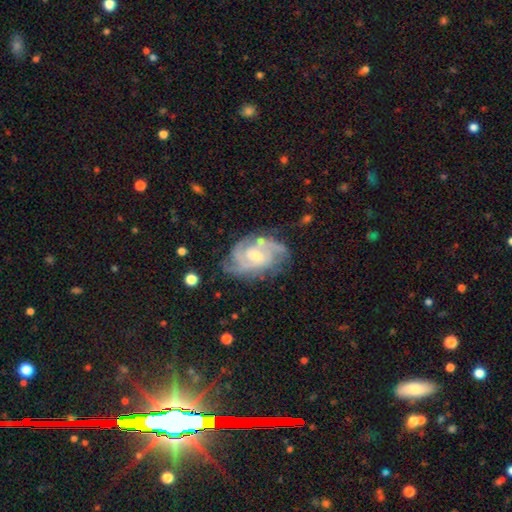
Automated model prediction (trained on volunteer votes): Smooth or featured? Predicted: featured or disk (p=0.87). Edge-on disk? Predicted: no (p=0.97). Bar? Predicted: no (p=0.48). Spiral arms? Predicted: yes (p=0.96). Spiral winding? Predicted: tight (p=0.54). Spiral arm count? Predicted: 3 (p=0.29). Bulge size? Predicted: moderate (p=0.48). Merging? Predicted: none (p=0.69).